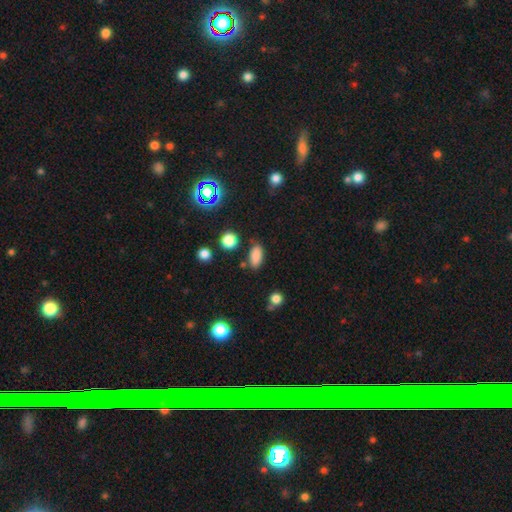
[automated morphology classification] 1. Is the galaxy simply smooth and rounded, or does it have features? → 84% smooth, 11% star or artifact, 5% featured or disk.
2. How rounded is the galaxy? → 86% in between, 9% cigar-shaped, 6% round.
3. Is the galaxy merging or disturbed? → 81% none, 12% minor disturbance, 4% merger, 3% major disturbance.